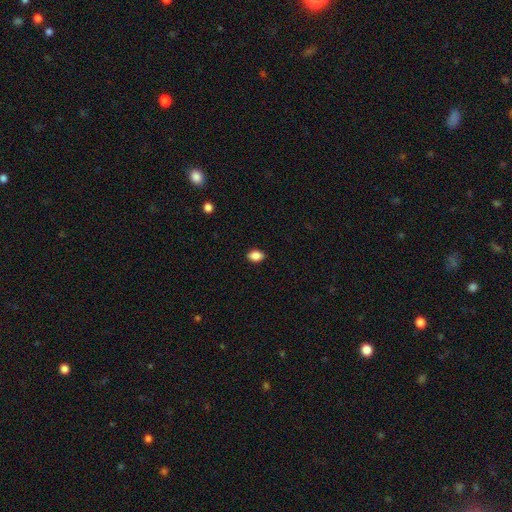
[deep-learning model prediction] smooth_or_featured: smooth (p=0.88) [alt: star or artifact p=0.09]
how_rounded: in between (p=0.78) [alt: round p=0.20]
merging: none (p=0.89) [alt: minor disturbance p=0.08]